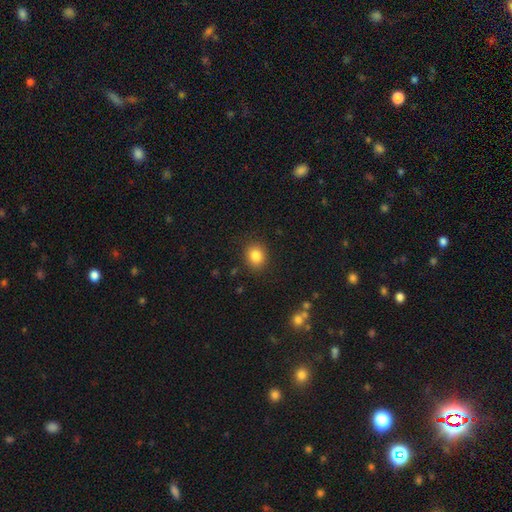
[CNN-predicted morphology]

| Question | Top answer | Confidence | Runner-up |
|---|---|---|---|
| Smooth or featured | smooth | 83% | star or artifact (11%) |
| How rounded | round | 67% | in between (32%) |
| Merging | none | 88% | minor disturbance (8%) |